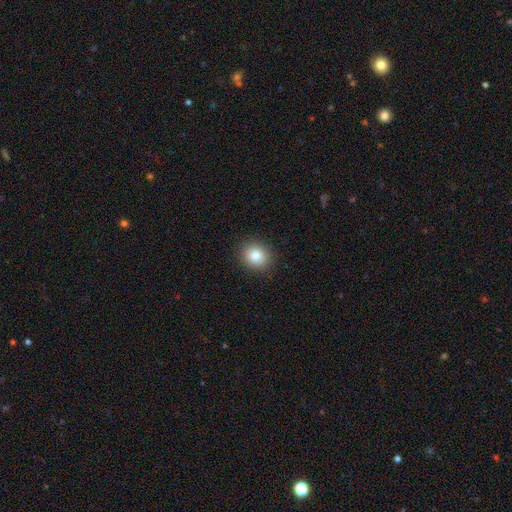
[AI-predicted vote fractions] smooth 82%, star or artifact 11%, featured or disk 8%. Down the decision tree: how rounded — round (80%); merging — none (91%).